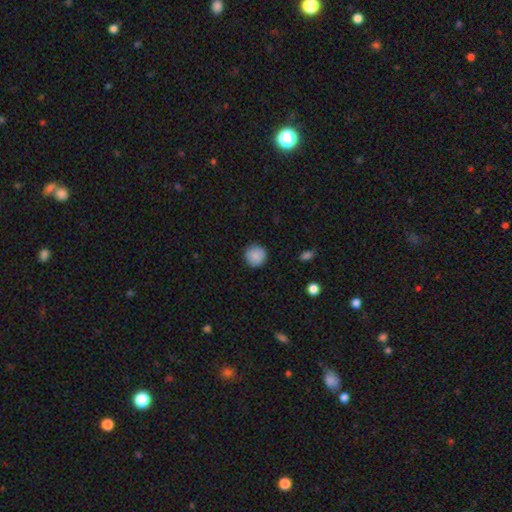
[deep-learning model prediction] A smooth galaxy with no disk features (88%) that is round (94%). Merging: none (89%).